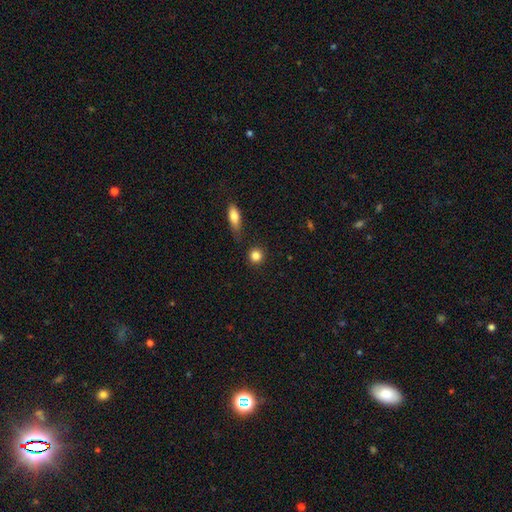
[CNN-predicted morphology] This is clearly a smooth galaxy (85%). How rounded: clearly round (91%). Merging: clearly none (86%).